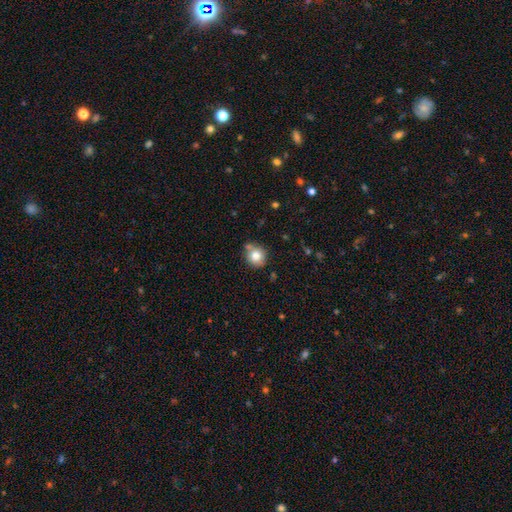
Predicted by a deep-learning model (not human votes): The model was most divided on "merging": none: 70%, minor disturbance: 14%, merger: 12%, major disturbance: 3%. More confident: how rounded — round (87%); smooth or featured — smooth (79%).